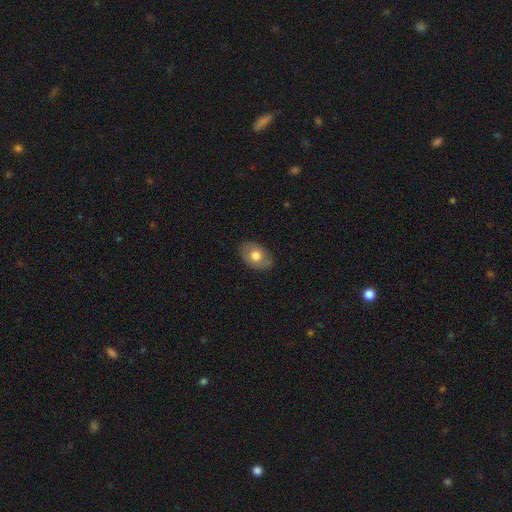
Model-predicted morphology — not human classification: type=smooth (67%); roundness=in between (80%); merging=none (82%).